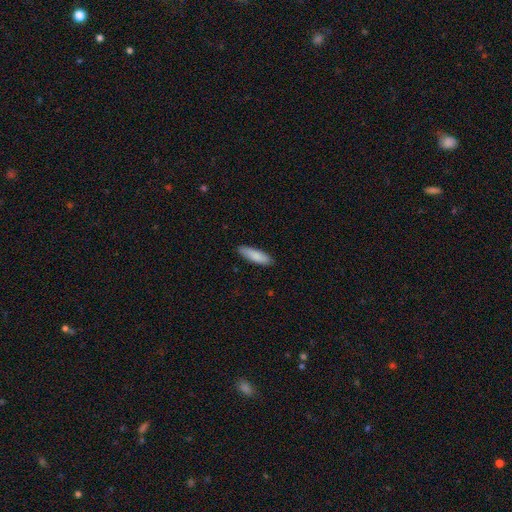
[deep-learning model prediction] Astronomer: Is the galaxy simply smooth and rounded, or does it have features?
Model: smooth — 87%.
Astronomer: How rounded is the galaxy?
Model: cigar-shaped — 54% (runner-up: in between, 45%).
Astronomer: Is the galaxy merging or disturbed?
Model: none — 88%.